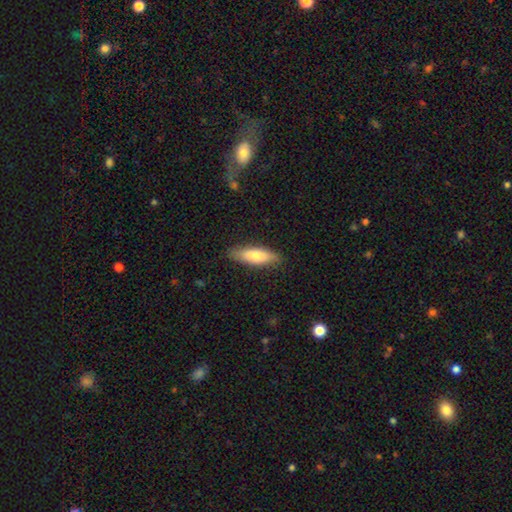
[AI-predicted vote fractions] smooth_or_featured: smooth (p=0.73) [alt: featured or disk p=0.21]
how_rounded: in between (p=0.56) [alt: cigar-shaped p=0.42]
merging: none (p=0.84) [alt: minor disturbance p=0.13]